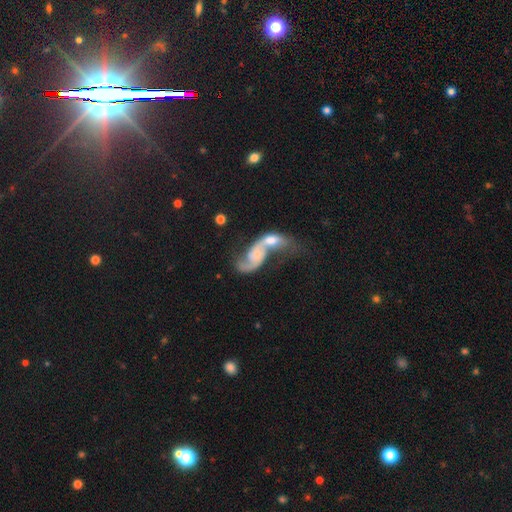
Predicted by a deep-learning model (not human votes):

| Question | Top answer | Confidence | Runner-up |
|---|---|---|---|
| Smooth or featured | featured or disk | 76% | smooth (18%) |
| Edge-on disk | no | 95% | yes (5%) |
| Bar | no | 65% | weak (28%) |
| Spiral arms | yes | 88% | no (12%) |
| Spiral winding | loose | 68% | medium (25%) |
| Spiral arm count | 2 | 83% | 1 (9%) |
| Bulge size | small | 48% | moderate (30%) |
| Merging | merger | 71% | none (13%) |